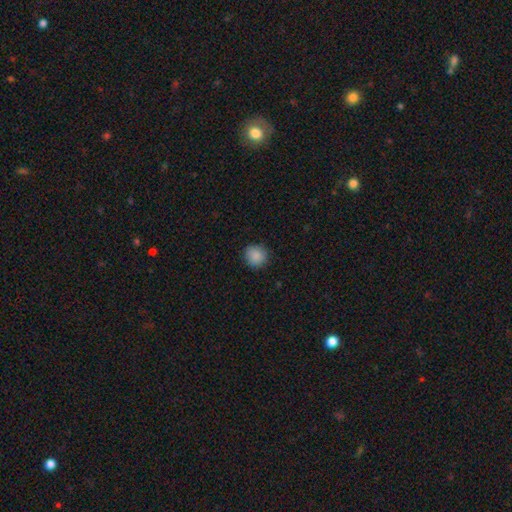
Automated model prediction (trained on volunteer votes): The model was most divided on "smooth or featured": smooth: 88%, star or artifact: 9%, featured or disk: 4%. More confident: how rounded — round (92%); merging — none (88%).